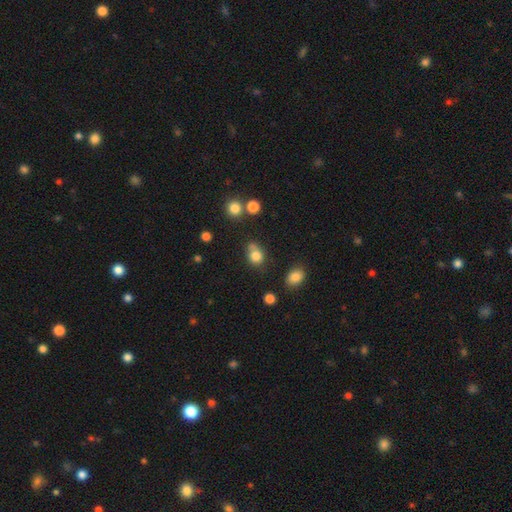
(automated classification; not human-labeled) The model was most divided on "how rounded": round: 57%, in between: 42%, cigar-shaped: 1%. Remaining: smooth or featured — smooth (80%); merging — none (48%).